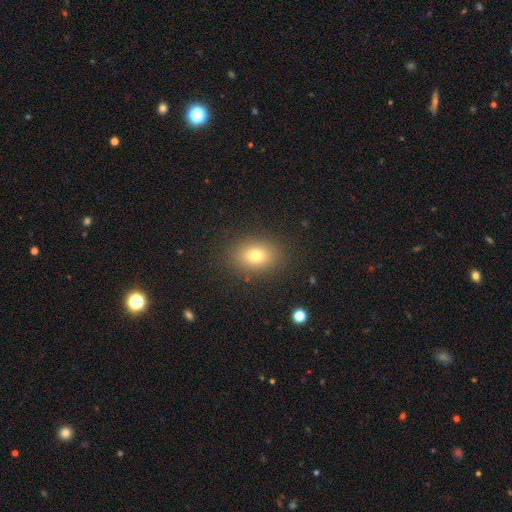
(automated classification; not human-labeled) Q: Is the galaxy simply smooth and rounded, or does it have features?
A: smooth — 77%.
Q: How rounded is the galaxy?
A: in between — 69%.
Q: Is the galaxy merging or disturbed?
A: none — 87%.